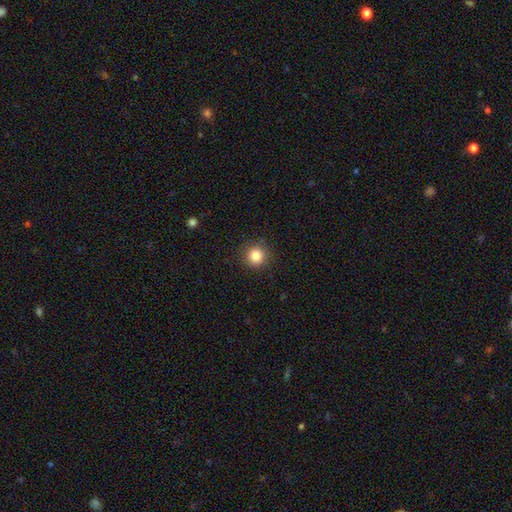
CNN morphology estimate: The model was most divided on "smooth or featured": smooth: 84%, star or artifact: 11%, featured or disk: 5%. More confident: how rounded — round (93%); merging — none (90%).